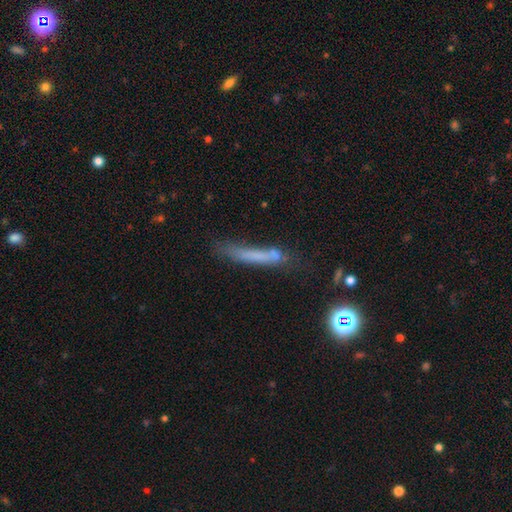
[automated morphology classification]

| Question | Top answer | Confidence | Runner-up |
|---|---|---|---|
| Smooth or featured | smooth | 58% | featured or disk (28%) |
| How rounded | cigar-shaped | 91% | in between (7%) |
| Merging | none | 48% | minor disturbance (25%) |